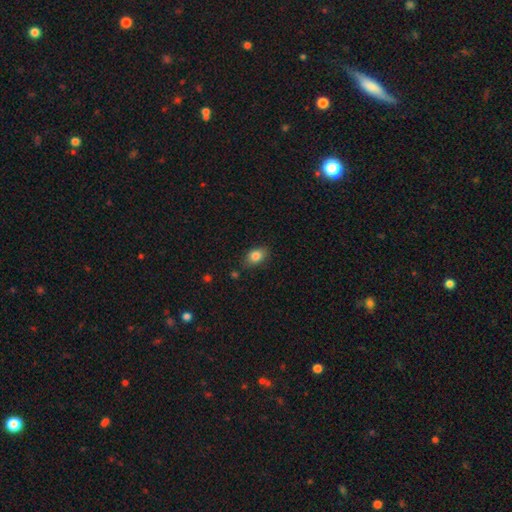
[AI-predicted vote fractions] The model was most divided on "how rounded": in between: 79%, round: 19%, cigar-shaped: 2%. More confident: smooth or featured — smooth (83%); merging — none (81%).